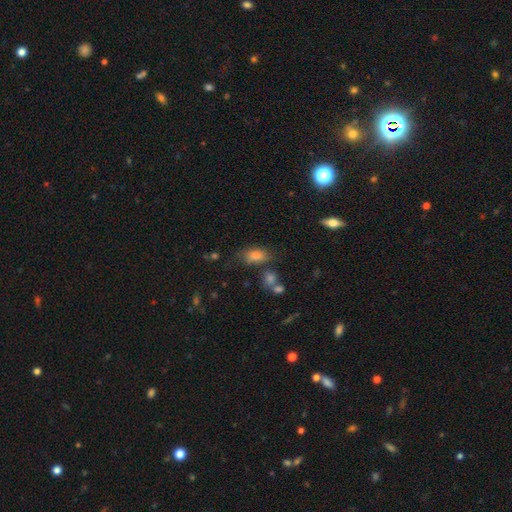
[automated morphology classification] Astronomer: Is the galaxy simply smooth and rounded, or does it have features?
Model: smooth — 76%.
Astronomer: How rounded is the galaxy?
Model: in between — 84%.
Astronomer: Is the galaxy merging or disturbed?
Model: none — 63%.